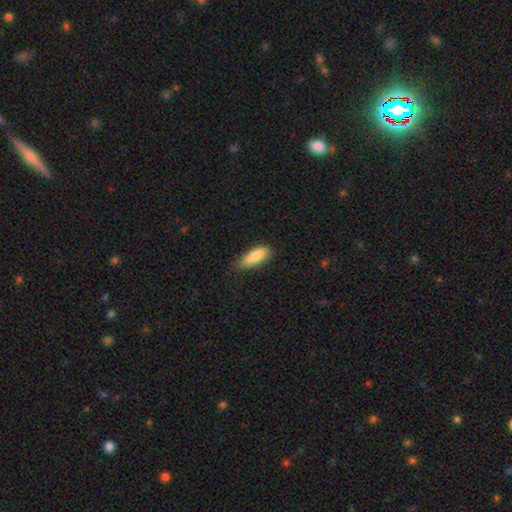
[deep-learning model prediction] This appears to be a smooth galaxy with no disk features (82%) that is in between round and cigar-shaped (71%). Merging: none (67%).